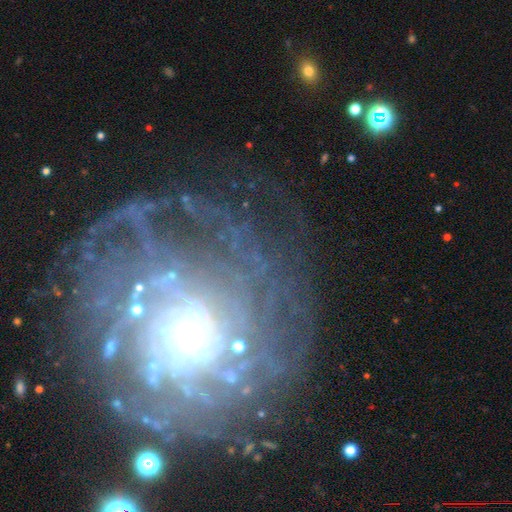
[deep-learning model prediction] smooth-or-featured: featured or disk: 84% | star or artifact: 10% | smooth: 6%
  disk-edge-on: no: 97% | yes: 3%
    bar: no: 75% | weak: 18% | strong: 8%
    has-spiral-arms: yes: 94% | no: 6%
      spiral-winding: tight: 73% | medium: 20% | loose: 7%
      spiral-arm-count: more than 4: 32% | can't tell: 30% | 4: 12% | 3: 9% | 2: 9% | 1: 8%
    bulge-size: small: 61% | moderate: 31% | large: 5% | none: 2% | dominant: 2%
  merging: none: 69% | minor disturbance: 15% | major disturbance: 14% | merger: 3%